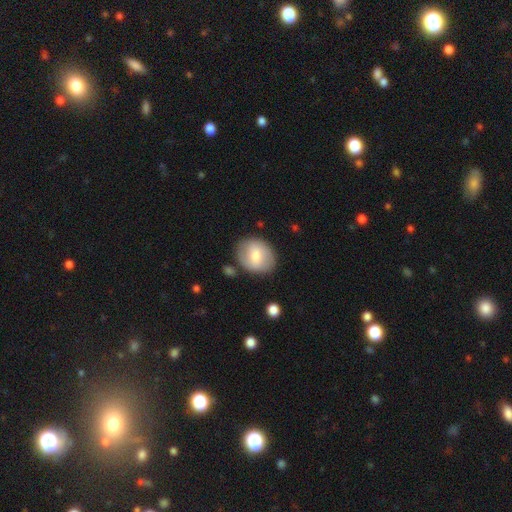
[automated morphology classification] Smooth or featured: smooth — 62% (featured or disk — 31%)
How rounded: round — 58% (in between — 41%)
Merging: none — 80% (minor disturbance — 13%)